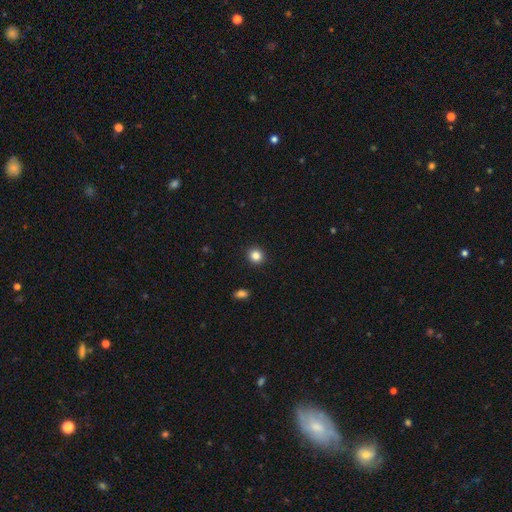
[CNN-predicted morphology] Smooth or featured? smooth (85%)
How rounded? round (89%)
Merging? none (92%)